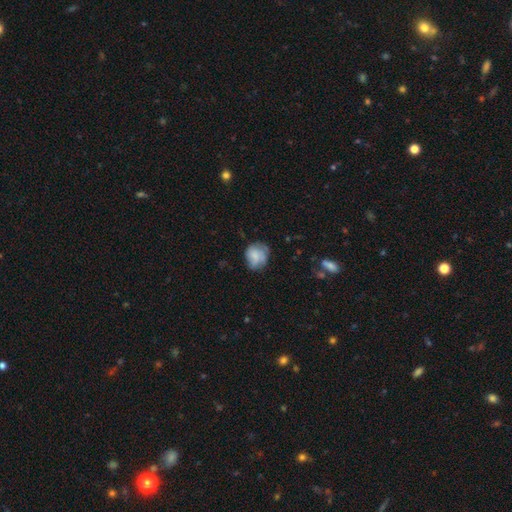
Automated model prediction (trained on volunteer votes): A smooth galaxy with no disk features (65%) that is round (65%).

Vote fractions:
- Smooth or featured? smooth: 65% / featured or disk: 26% / star or artifact: 9%
- How rounded? round: 65% / in between: 34% / cigar-shaped: 1%
- Merging? none: 54% / minor disturbance: 31% / major disturbance: 14% / merger: 2%